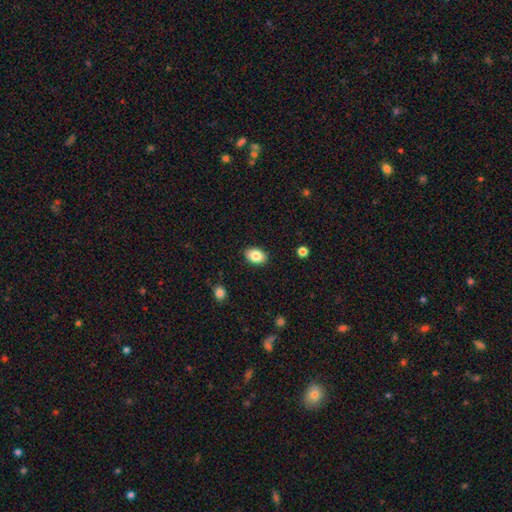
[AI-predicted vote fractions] This appears to be a smooth galaxy with no disk features (86%) that is in between round and cigar-shaped (85%). Merging: none (89%).